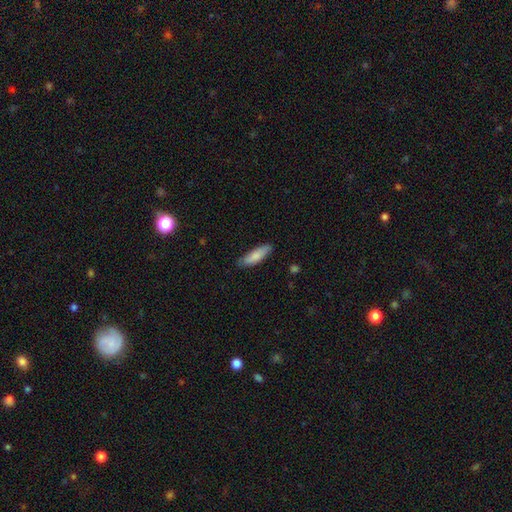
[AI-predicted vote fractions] This is clearly a smooth galaxy (82%). How rounded: possibly cigar-shaped (56%). Merging: clearly none (82%).